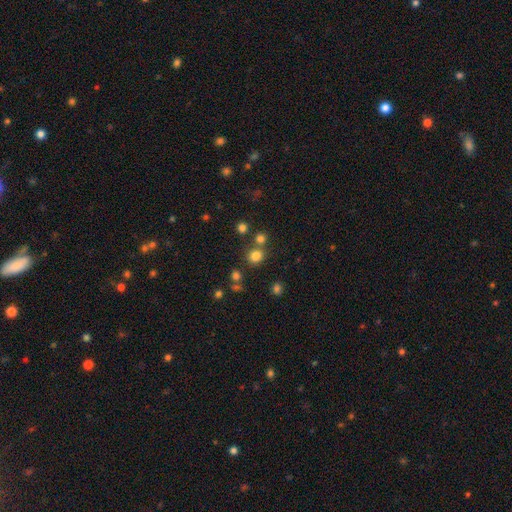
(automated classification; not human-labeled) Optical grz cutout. It shows a smooth galaxy with no disk features (77%) that is round (85%). Merging: none (73%).